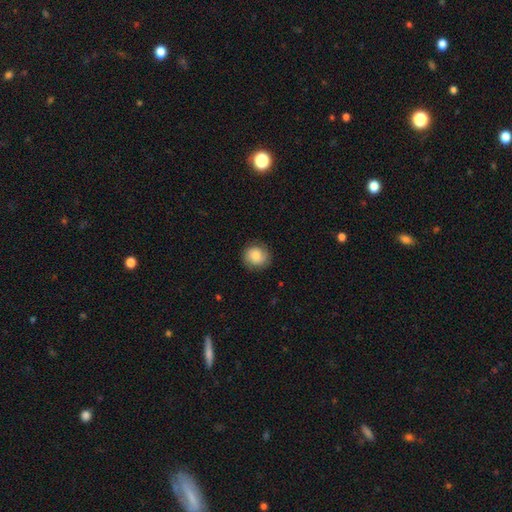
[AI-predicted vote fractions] A smooth galaxy with no disk features (70%) that is round (87%).

Vote fractions:
- Smooth or featured? smooth: 70% / featured or disk: 22% / star or artifact: 8%
- How rounded? round: 87% / in between: 12% / cigar-shaped: 1%
- Merging? none: 83% / minor disturbance: 13% / major disturbance: 4% / merger: 1%